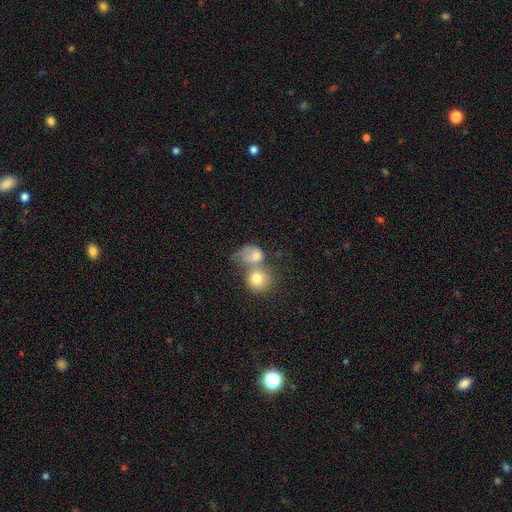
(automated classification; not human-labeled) Smooth or featured? smooth (70%)
How rounded? round (65%)
Merging? merger (68%)